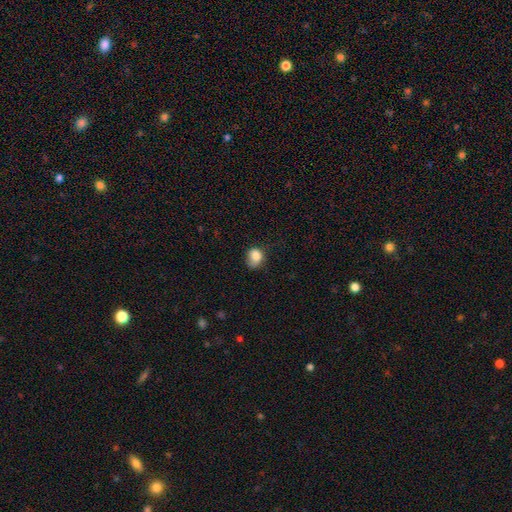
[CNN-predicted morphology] A smooth galaxy with no disk features (83%) that is round (52%). Merging: none (46%).